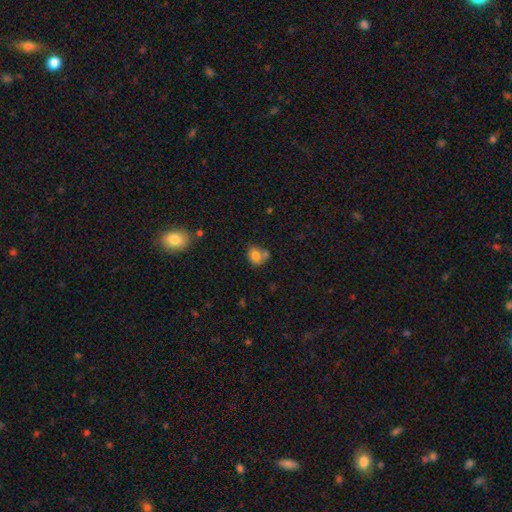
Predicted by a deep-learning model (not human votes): This appears to be a smooth galaxy with no disk features (78%) that is round (58%). Merging: none (44%).